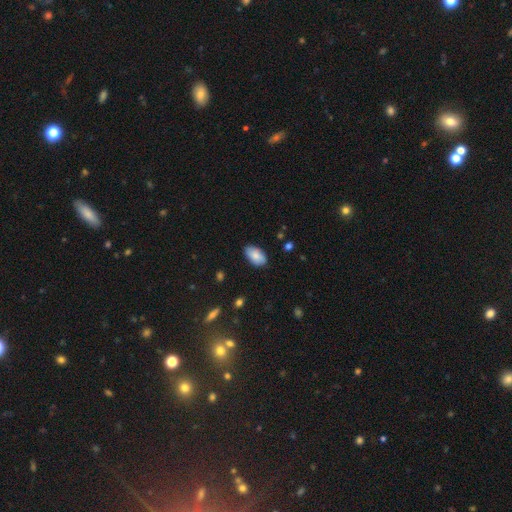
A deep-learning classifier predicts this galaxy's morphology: Q: Smooth or featured?
A: smooth (84%); runner-up: featured or disk (10%)
Q: How rounded?
A: in between (95%); runner-up: round (3%)
Q: Merging?
A: none (81%); runner-up: minor disturbance (15%)